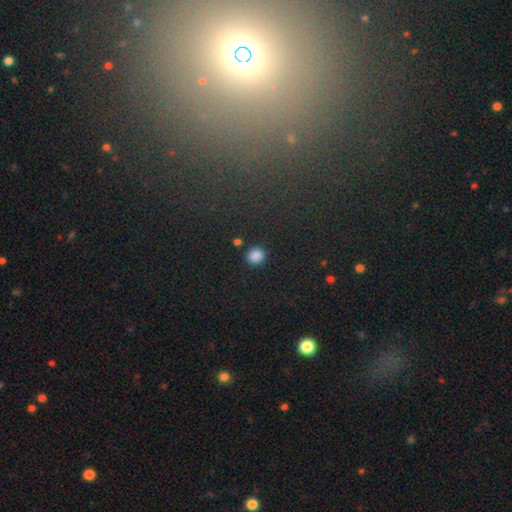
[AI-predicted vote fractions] This is clearly a smooth galaxy (86%). How rounded: clearly round (84%). Merging: clearly none (88%).